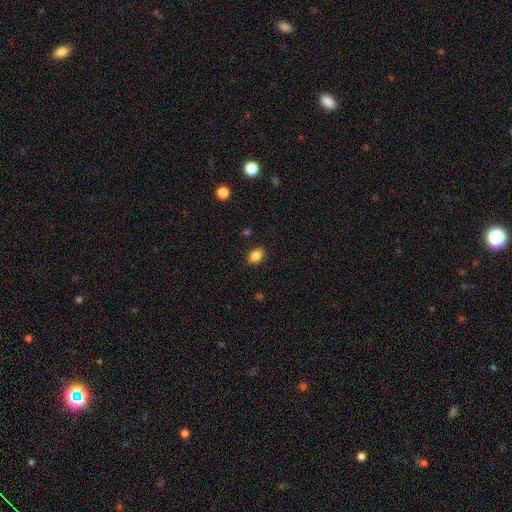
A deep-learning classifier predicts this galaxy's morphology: type=smooth (86%); roundness=in between (77%); merging=none (87%).